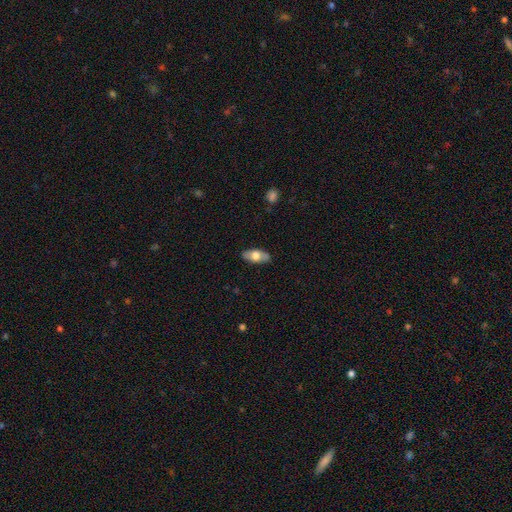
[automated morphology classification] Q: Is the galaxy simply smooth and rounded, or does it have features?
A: smooth — 62%.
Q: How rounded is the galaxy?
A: in between — 88%.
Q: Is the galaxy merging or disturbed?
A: none — 85%.